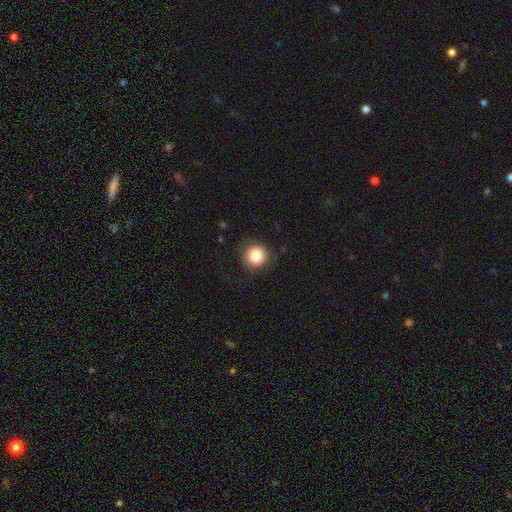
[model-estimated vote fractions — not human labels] Overall: smooth (85%). How rounded: round (92%). Merging: none (85%).